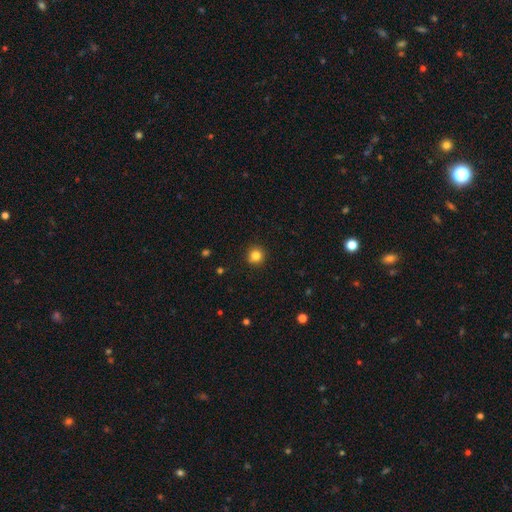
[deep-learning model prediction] Morphology: type=smooth (84%); roundness=round (94%); merging=none (91%).